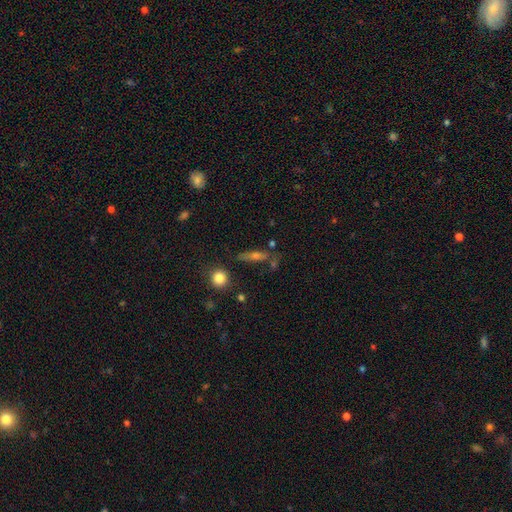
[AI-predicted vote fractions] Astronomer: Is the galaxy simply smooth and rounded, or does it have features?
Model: smooth — 46% (runner-up: featured or disk, 38%).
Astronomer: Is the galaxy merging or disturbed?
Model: none — 71%.